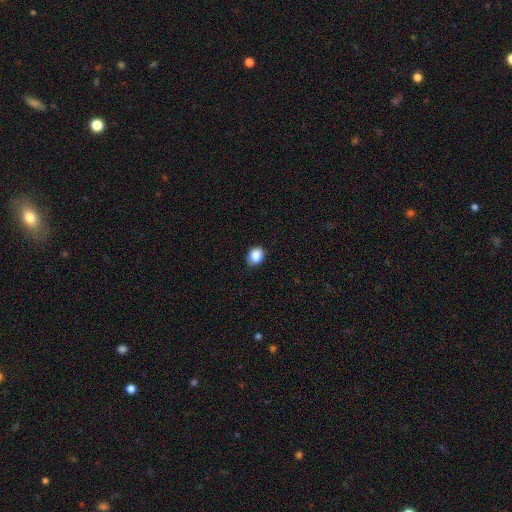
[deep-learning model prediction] This is clearly a smooth galaxy (88%). How rounded: possibly round (56%). Merging: clearly none (84%).